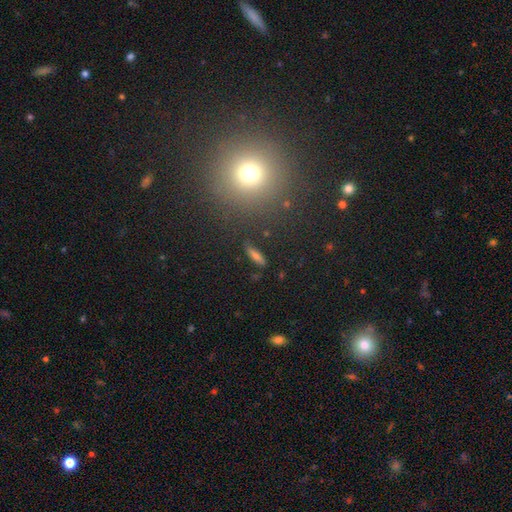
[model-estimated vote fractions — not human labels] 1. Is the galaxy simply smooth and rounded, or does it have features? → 62% smooth, 22% featured or disk, 16% star or artifact.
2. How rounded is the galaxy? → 65% cigar-shaped, 29% in between, 6% round.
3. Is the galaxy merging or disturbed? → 83% none, 11% minor disturbance, 3% major disturbance, 3% merger.